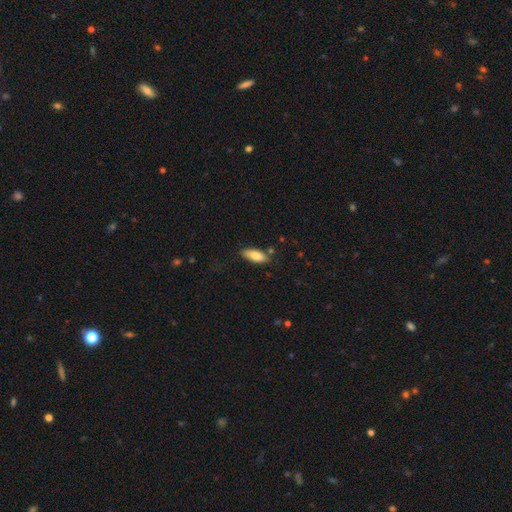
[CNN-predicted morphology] Smooth or featured?
  - smooth: 84% *
  - featured or disk: 10%
  - star or artifact: 6%
How rounded?
  - in between: 77% *
  - cigar-shaped: 21%
  - round: 2%
Merging?
  - none: 76% *
  - minor disturbance: 17%
  - merger: 3%
  - major disturbance: 3%